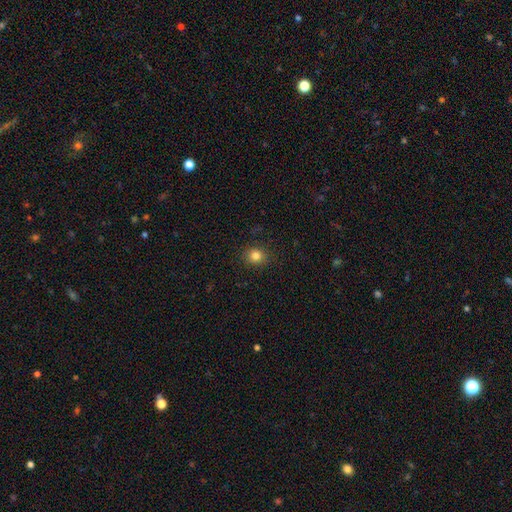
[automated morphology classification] Smooth or featured?
  - smooth: 82% *
  - star or artifact: 13%
  - featured or disk: 5%
How rounded?
  - round: 81% *
  - in between: 18%
  - cigar-shaped: 1%
Merging?
  - none: 90% *
  - minor disturbance: 7%
  - major disturbance: 2%
  - merger: 1%